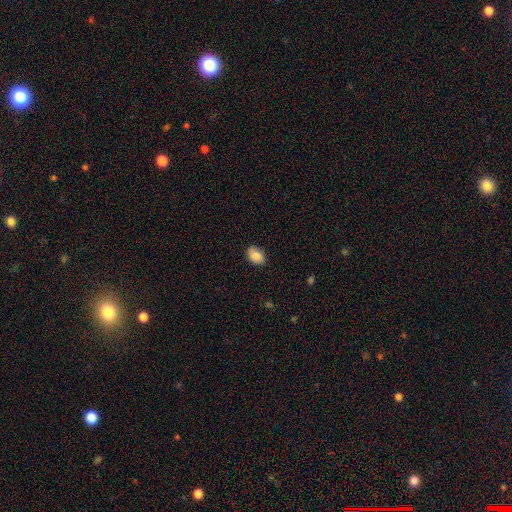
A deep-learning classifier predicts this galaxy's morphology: smooth_or_featured: smooth (p=0.87) [alt: star or artifact p=0.07]
how_rounded: in between (p=0.80) [alt: round p=0.19]
merging: none (p=0.84) [alt: minor disturbance p=0.12]